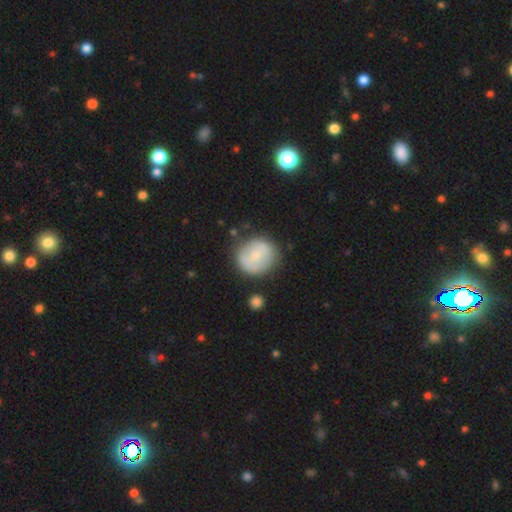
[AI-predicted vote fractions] smooth_or_featured: smooth (p=0.58) [alt: featured or disk p=0.35]
how_rounded: round (p=0.87) [alt: in between p=0.12]
merging: none (p=0.74) [alt: minor disturbance p=0.17]